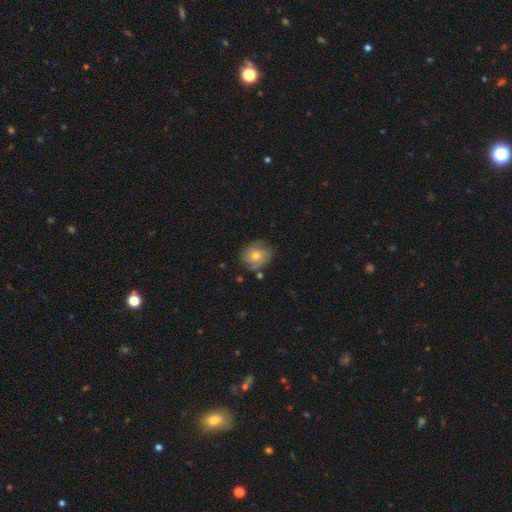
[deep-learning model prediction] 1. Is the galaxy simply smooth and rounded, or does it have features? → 59% featured or disk, 32% smooth, 9% star or artifact.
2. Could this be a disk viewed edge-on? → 97% no, 3% yes.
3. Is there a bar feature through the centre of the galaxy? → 78% no, 19% weak, 3% strong.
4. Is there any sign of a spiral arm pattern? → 86% yes, 14% no.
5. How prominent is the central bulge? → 67% moderate, 27% small, 4% large, 2% none, 1% dominant.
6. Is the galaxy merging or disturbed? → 72% none, 19% minor disturbance, 6% major disturbance, 3% merger.